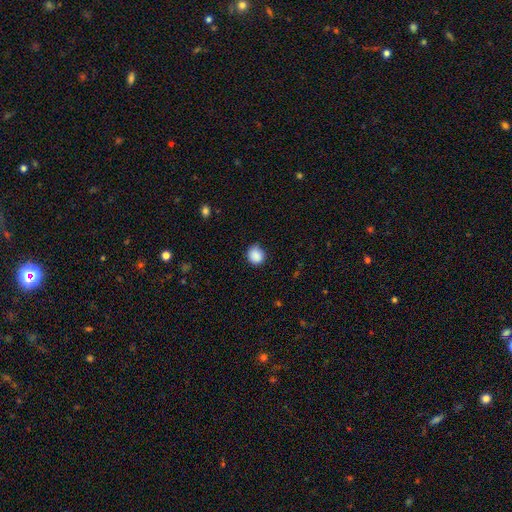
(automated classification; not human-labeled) Smooth or featured: smooth — 88% (star or artifact — 9%)
How rounded: round — 82% (in between — 17%)
Merging: none — 78% (minor disturbance — 18%)